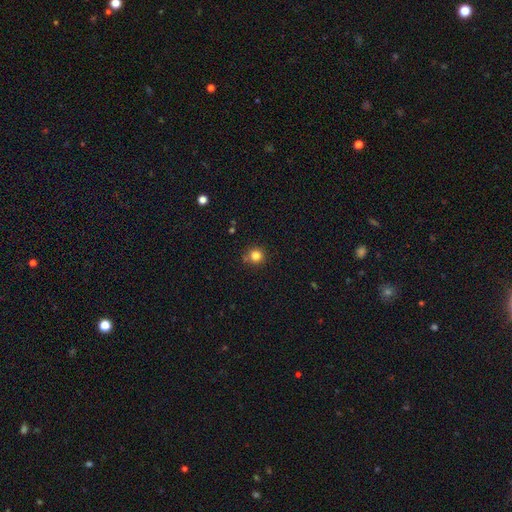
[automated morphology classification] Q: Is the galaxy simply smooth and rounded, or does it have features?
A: smooth — 82%.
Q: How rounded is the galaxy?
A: round — 93%.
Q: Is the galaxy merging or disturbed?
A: none — 81%.